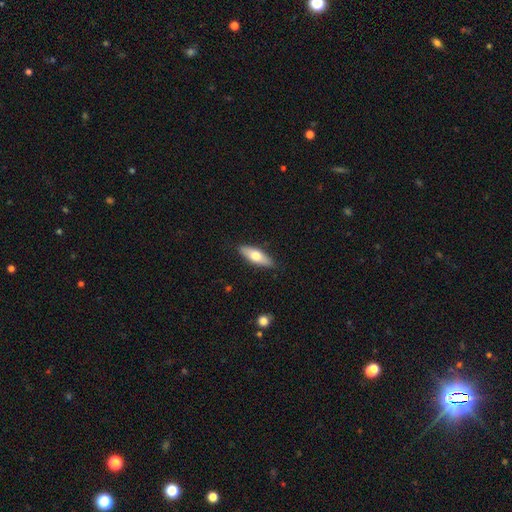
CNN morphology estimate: Smooth or featured? Predicted: smooth (p=0.62). How rounded? Predicted: in between (p=0.60). Merging? Predicted: none (p=0.87).